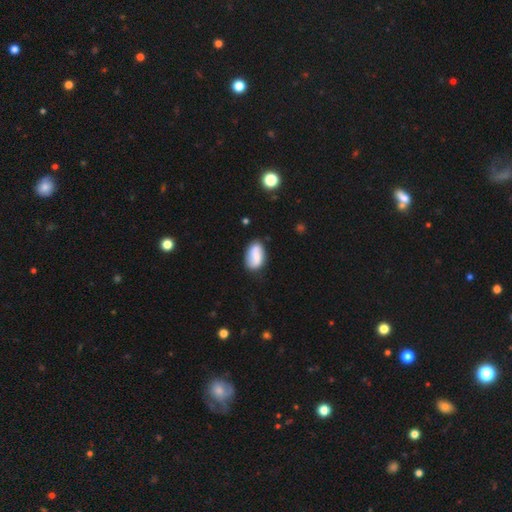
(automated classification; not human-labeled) Smooth or featured? Predicted: smooth (p=0.64). How rounded? Predicted: in between (p=0.92). Merging? Predicted: none (p=0.70).